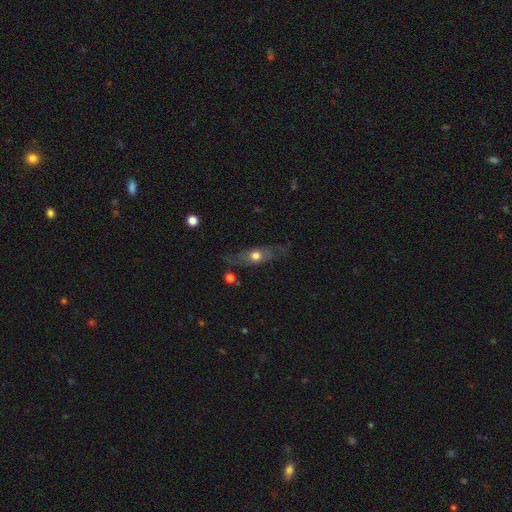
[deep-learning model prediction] Smooth or featured? Predicted: featured or disk (p=0.49). Merging? Predicted: none (p=0.64).